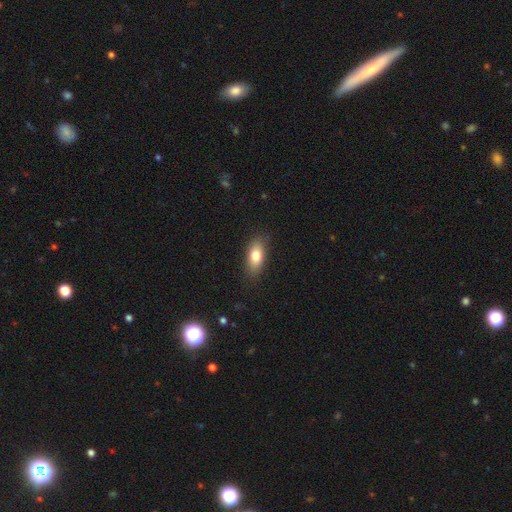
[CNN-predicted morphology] Overall: smooth (78%). How rounded: in between (82%). Merging: none (84%).